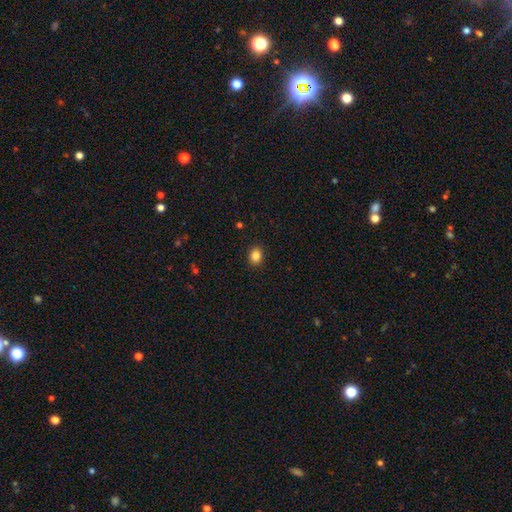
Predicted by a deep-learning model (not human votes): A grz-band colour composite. It shows a smooth galaxy with no disk features (85%) that is in between round and cigar-shaped (51%). Merging: none (90%).